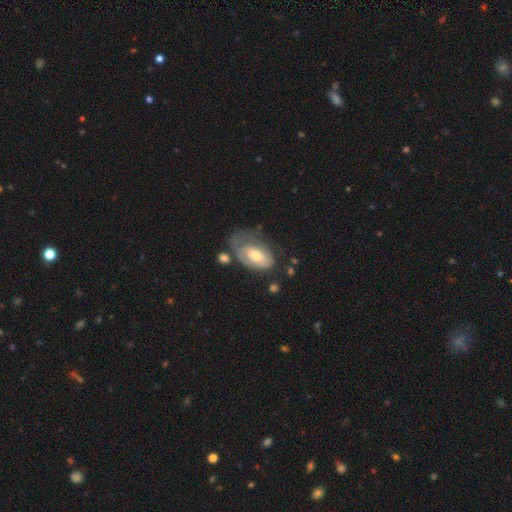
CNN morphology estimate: Smooth or featured? featured or disk (50%)
Merging? none (36%)